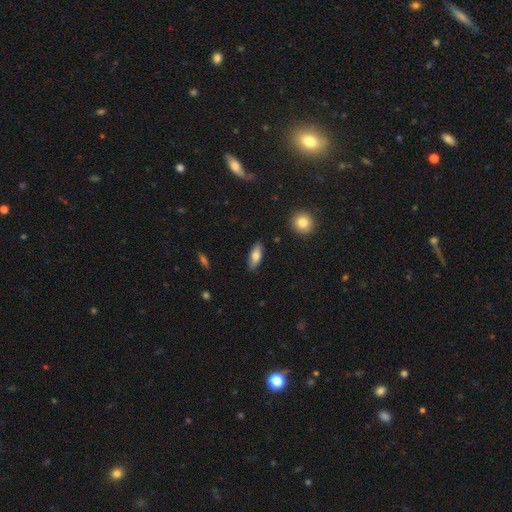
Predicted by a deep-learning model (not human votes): Smooth or featured?
  - smooth: 77% *
  - featured or disk: 16%
  - star or artifact: 7%
How rounded?
  - in between: 74% *
  - cigar-shaped: 24%
  - round: 3%
Merging?
  - none: 86% *
  - minor disturbance: 11%
  - major disturbance: 2%
  - merger: 2%